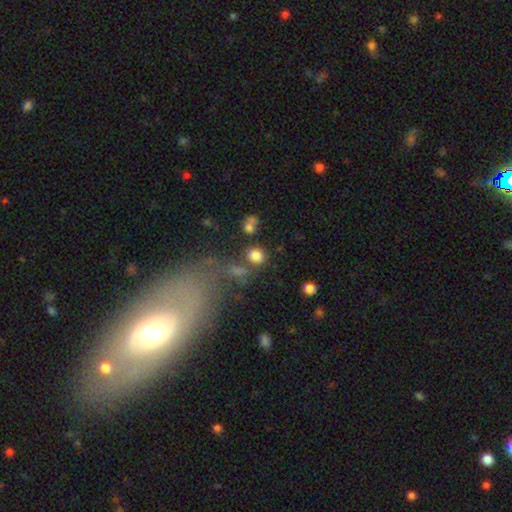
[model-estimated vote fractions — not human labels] smooth 81%, star or artifact 12%, featured or disk 6%. Down the decision tree: how rounded — round (70%); merging — none (69%).